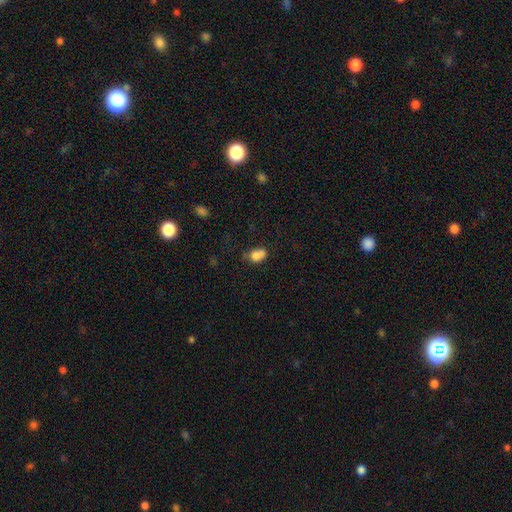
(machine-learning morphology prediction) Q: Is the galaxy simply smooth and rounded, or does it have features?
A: smooth — 76%.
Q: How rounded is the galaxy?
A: in between — 64%.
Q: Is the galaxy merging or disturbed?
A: none — 37%.